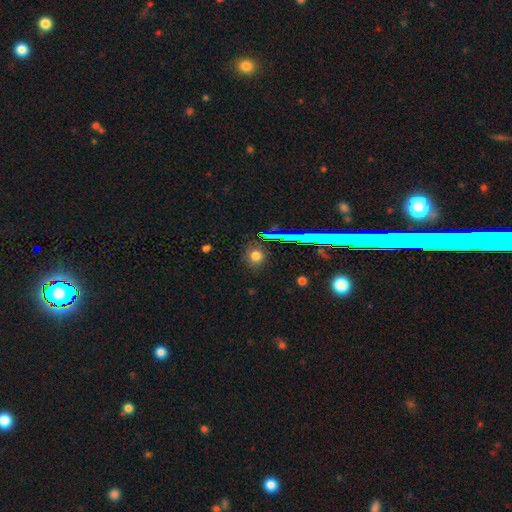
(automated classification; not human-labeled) smooth_or_featured: smooth (p=0.72) [alt: star or artifact p=0.19]
how_rounded: round (p=0.83) [alt: in between p=0.16]
merging: none (p=0.83) [alt: minor disturbance p=0.11]